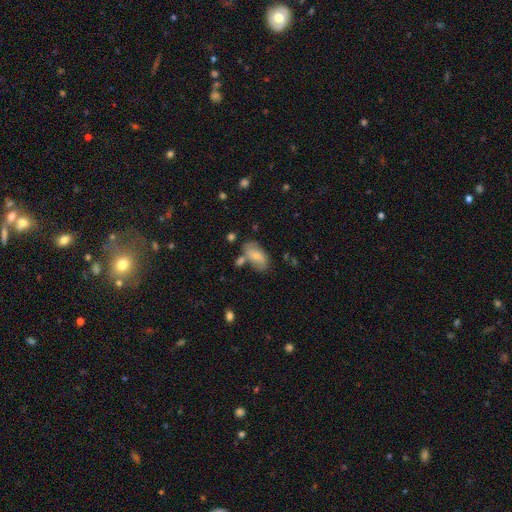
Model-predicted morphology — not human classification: type=smooth (62%); roundness=in between (91%); merging=none (56%).